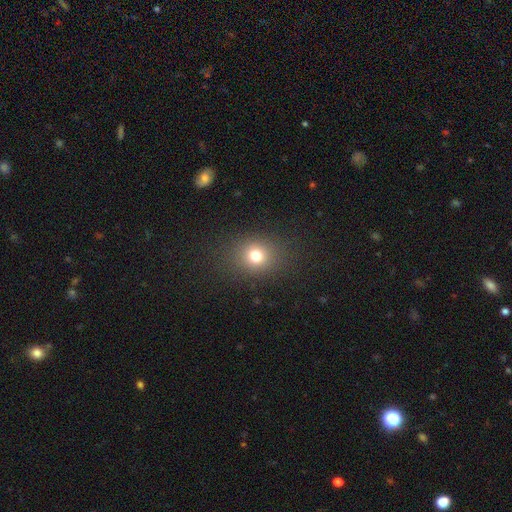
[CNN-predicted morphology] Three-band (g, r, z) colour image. It shows a smooth galaxy with no disk features (75%) that is round (70%). Merging: none (86%).